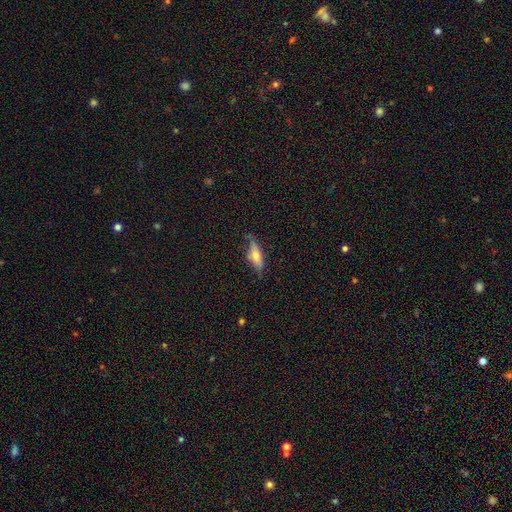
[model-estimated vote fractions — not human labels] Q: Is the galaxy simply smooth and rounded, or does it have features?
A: smooth — 50%.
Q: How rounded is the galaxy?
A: in between — 54%.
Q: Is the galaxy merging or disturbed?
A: none — 65%.